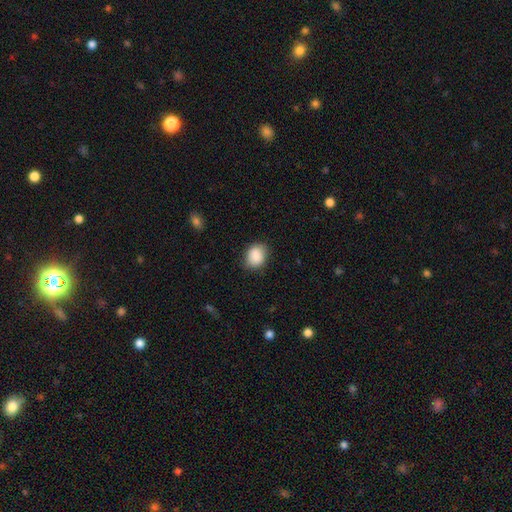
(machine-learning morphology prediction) smooth_or_featured: smooth (p=0.89) [alt: star or artifact p=0.07]
how_rounded: in between (p=0.53) [alt: round p=0.46]
merging: none (p=0.81) [alt: minor disturbance p=0.15]